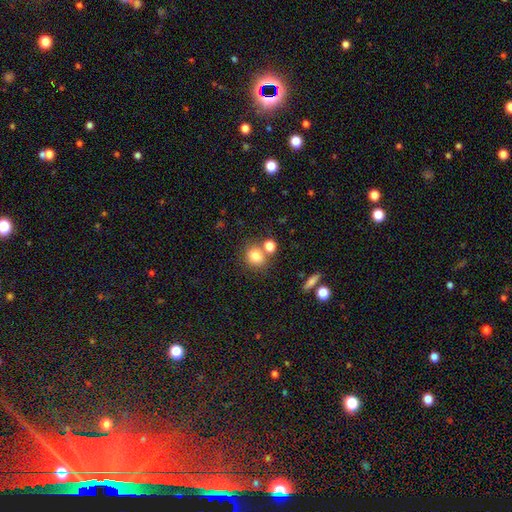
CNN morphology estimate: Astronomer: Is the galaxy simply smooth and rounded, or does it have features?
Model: smooth — 80%.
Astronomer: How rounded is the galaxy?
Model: round — 69%.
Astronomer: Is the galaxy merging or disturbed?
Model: none — 61%.